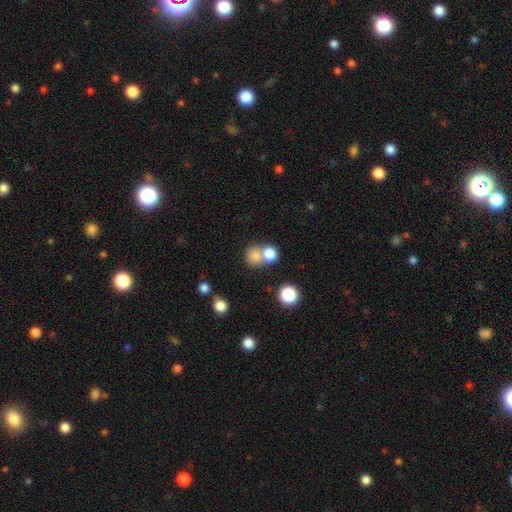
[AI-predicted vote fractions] smooth-or-featured: smooth: 78% | star or artifact: 14% | featured or disk: 8%
  how-rounded: round: 83% | in between: 16% | cigar-shaped: 1%
  merging: none: 47% | merger: 42% | minor disturbance: 7% | major disturbance: 4%